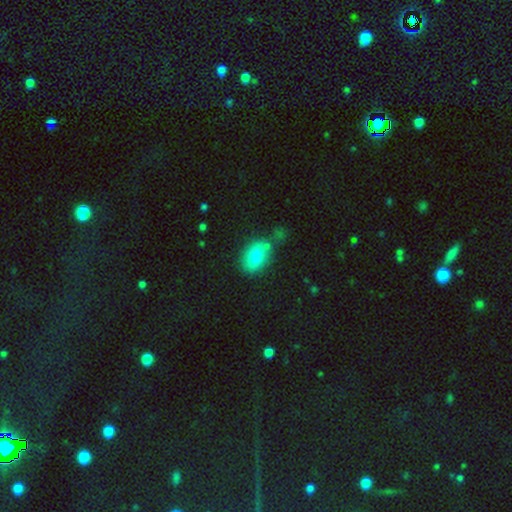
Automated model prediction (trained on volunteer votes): This is likely a smooth galaxy (72%). How rounded: clearly in between (81%). Merging: possibly none (58%).